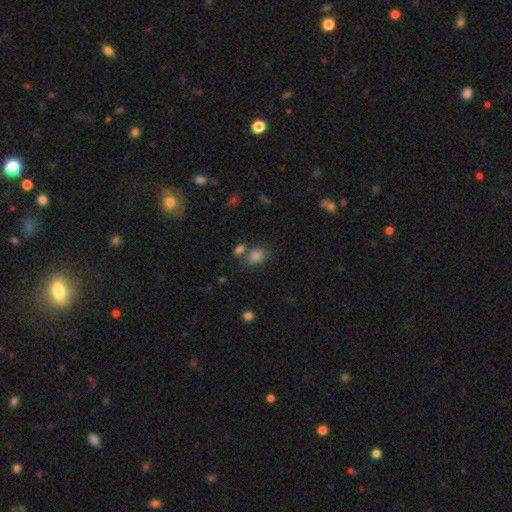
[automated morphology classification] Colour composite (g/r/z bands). It shows a smooth galaxy with no disk features (79%) that is in between round and cigar-shaped (61%). Merging: none (64%).